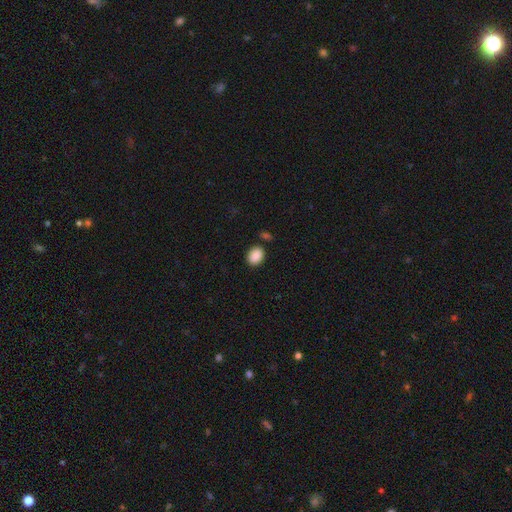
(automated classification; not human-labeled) smooth 89%, star or artifact 8%, featured or disk 3%. Down the decision tree: how rounded — in between (59%); merging — none (83%).